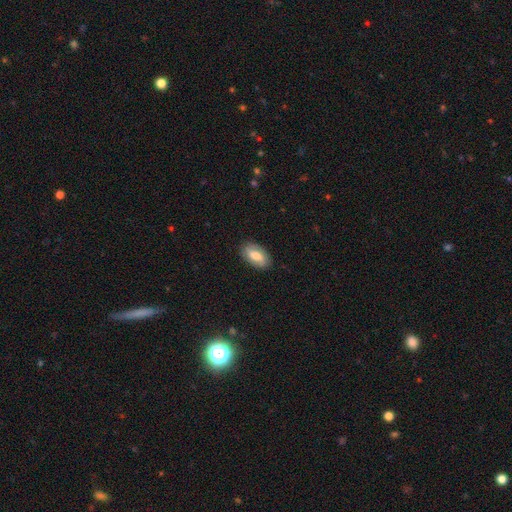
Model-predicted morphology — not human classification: Smooth or featured? Predicted: smooth (p=0.68). How rounded? Predicted: in between (p=0.93). Merging? Predicted: none (p=0.84).